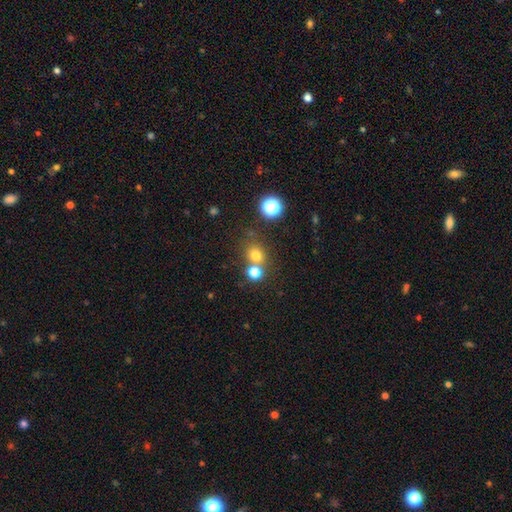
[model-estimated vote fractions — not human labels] A smooth galaxy with no disk features (72%) that is round (80%).

Vote fractions:
- Smooth or featured? smooth: 72% / star or artifact: 20% / featured or disk: 8%
- How rounded? round: 80% / in between: 19% / cigar-shaped: 1%
- Merging? none: 59% / merger: 30% / minor disturbance: 8% / major disturbance: 3%